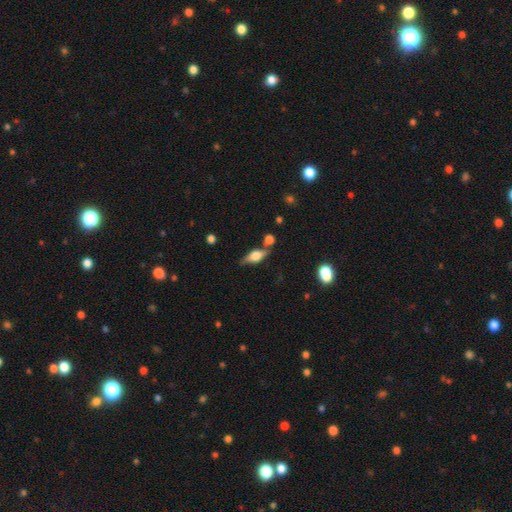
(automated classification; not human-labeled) Smooth or featured? Predicted: featured or disk (p=0.56). Edge-on disk? Predicted: yes (p=0.91). Edge-on bulge? Predicted: rounded (p=0.89). Merging? Predicted: none (p=0.70).